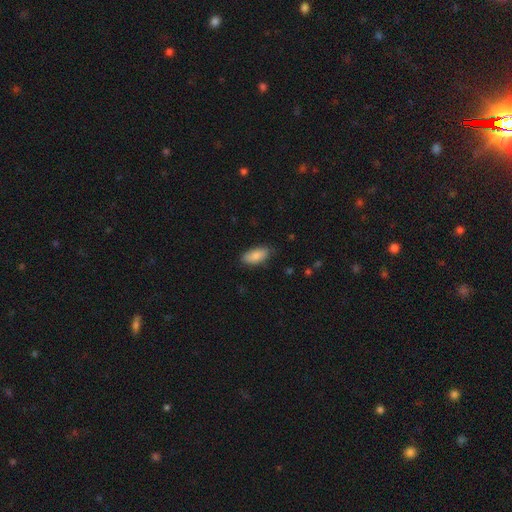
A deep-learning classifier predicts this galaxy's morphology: This is clearly a smooth galaxy (85%). How rounded: clearly in between (89%). Merging: likely none (79%).